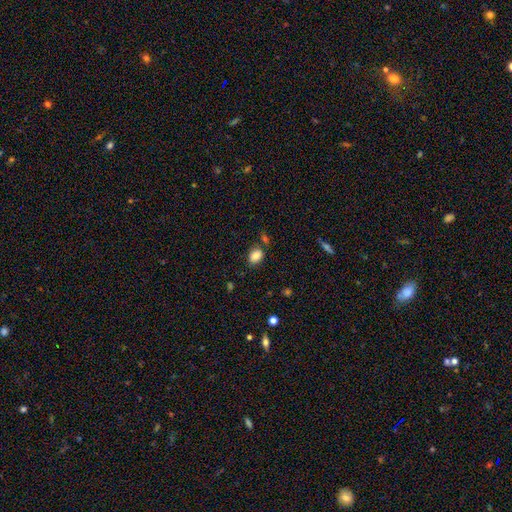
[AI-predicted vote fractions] Smooth or featured: smooth — 85% (star or artifact — 9%)
How rounded: in between — 76% (round — 23%)
Merging: none — 74% (minor disturbance — 14%)